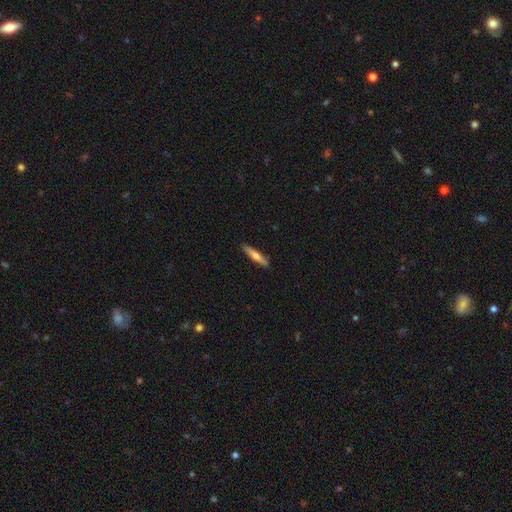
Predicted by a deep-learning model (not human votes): The model was most divided on "smooth or featured": smooth: 61%, featured or disk: 34%, star or artifact: 5%. More confident: merging — none (88%); how rounded — cigar-shaped (88%).